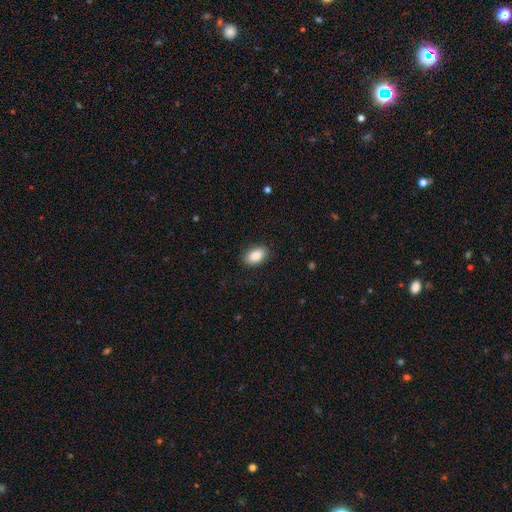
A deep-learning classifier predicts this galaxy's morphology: Smooth or featured: smooth — 88% (star or artifact — 7%)
How rounded: in between — 91% (round — 7%)
Merging: none — 87% (minor disturbance — 9%)